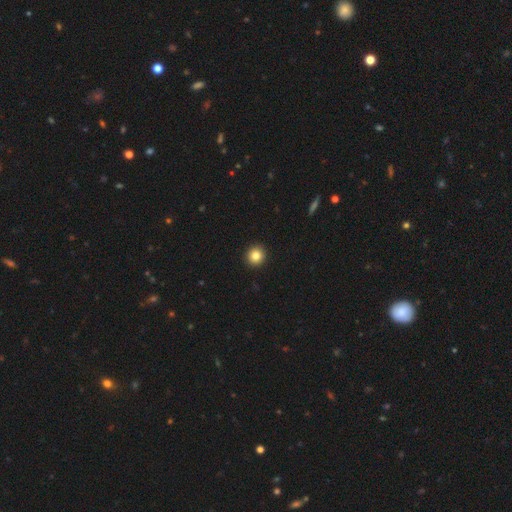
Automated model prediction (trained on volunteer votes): The model was most divided on "smooth or featured": smooth: 83%, star or artifact: 11%, featured or disk: 6%. More confident: merging — none (94%); how rounded — round (93%).